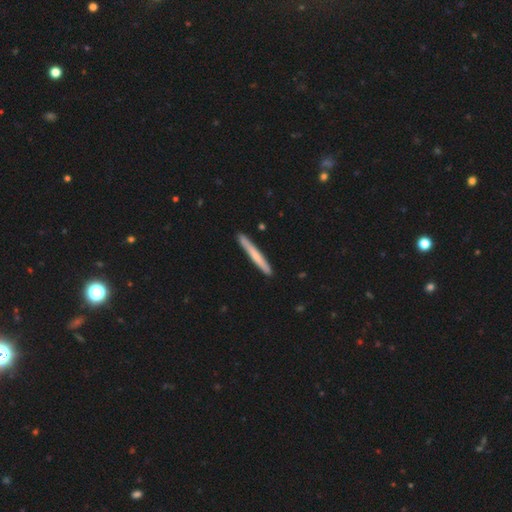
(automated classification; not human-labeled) Smooth or featured: smooth — 62% (featured or disk — 33%)
How rounded: cigar-shaped — 97% (in between — 2%)
Merging: none — 90% (minor disturbance — 7%)